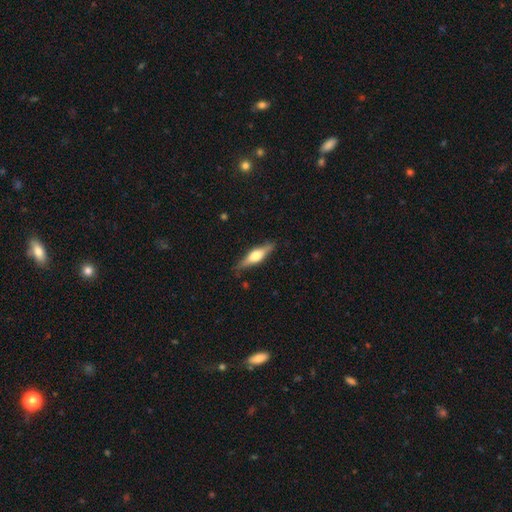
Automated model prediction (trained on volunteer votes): Morphology: type=featured or disk (61%); edge-on=yes (95%); edge-on bulge=rounded (91%); merging=none (85%).